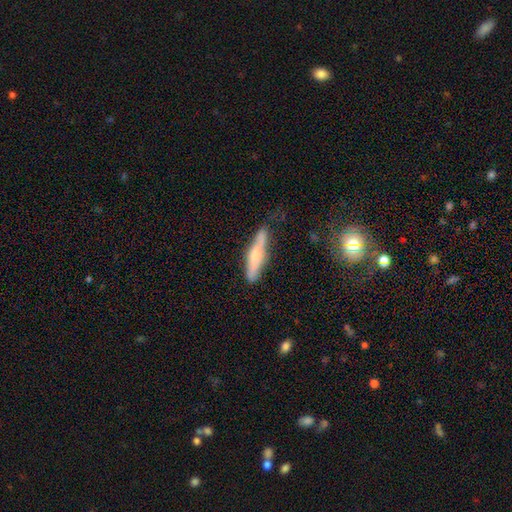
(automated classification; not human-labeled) Q: Smooth or featured?
A: smooth (57%); runner-up: featured or disk (37%)
Q: How rounded?
A: cigar-shaped (83%); runner-up: in between (15%)
Q: Merging?
A: none (70%); runner-up: minor disturbance (22%)